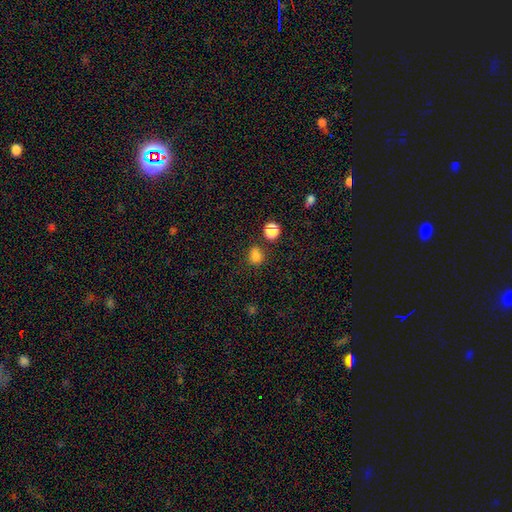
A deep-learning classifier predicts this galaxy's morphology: Smooth or featured: smooth — 80% (star or artifact — 16%)
How rounded: round — 60% (in between — 39%)
Merging: none — 70% (minor disturbance — 15%)